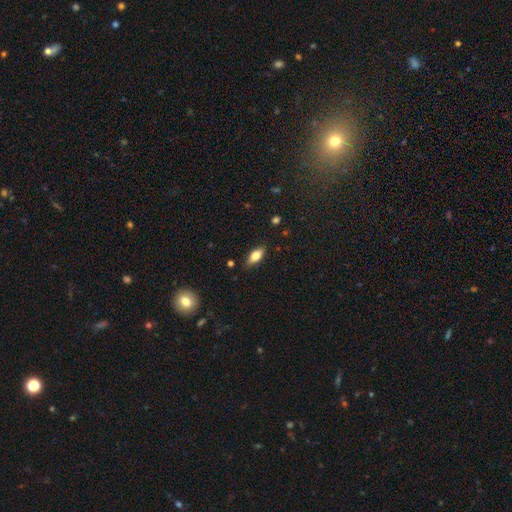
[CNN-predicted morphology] smooth-or-featured: smooth: 76% | featured or disk: 17% | star or artifact: 7%
  how-rounded: in between: 84% | cigar-shaped: 13% | round: 3%
  merging: none: 83% | minor disturbance: 13% | major disturbance: 2% | merger: 1%